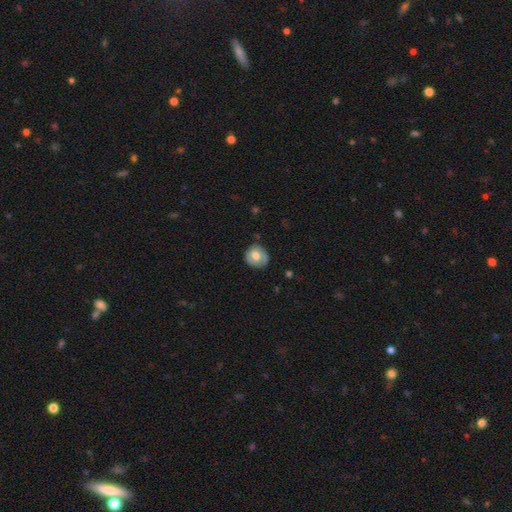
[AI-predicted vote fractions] This is likely a smooth galaxy (60%). How rounded: clearly round (80%). Merging: likely none (74%).